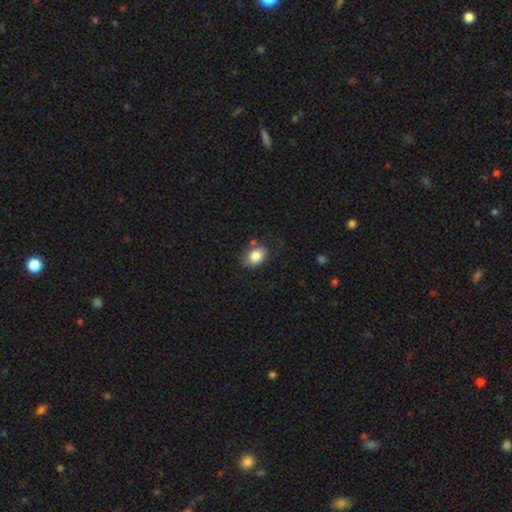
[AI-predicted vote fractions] Smooth or featured? smooth (83%)
How rounded? in between (70%)
Merging? none (64%)